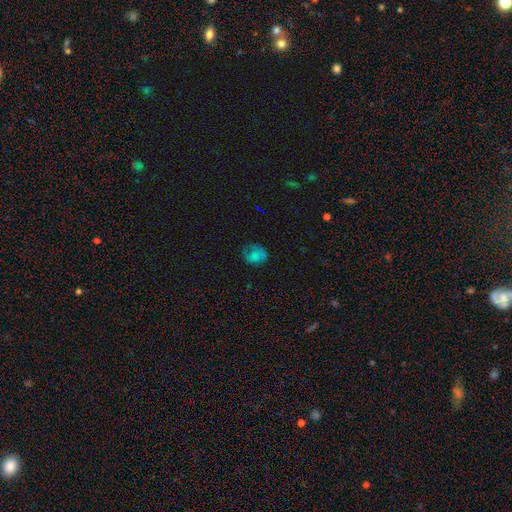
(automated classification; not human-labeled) A smooth galaxy with no disk features (65%) that is round (54%).

Vote fractions:
- Smooth or featured? smooth: 65% / featured or disk: 20% / star or artifact: 15%
- How rounded? round: 54% / in between: 45% / cigar-shaped: 1%
- Merging? none: 54% / minor disturbance: 27% / major disturbance: 17% / merger: 2%